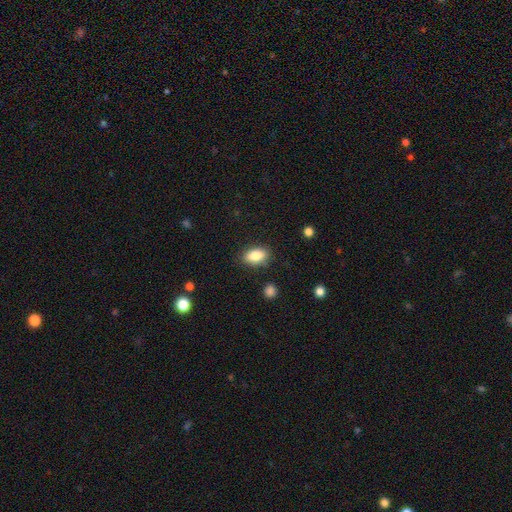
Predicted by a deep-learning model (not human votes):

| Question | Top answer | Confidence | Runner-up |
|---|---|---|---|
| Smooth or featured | smooth | 84% | featured or disk (8%) |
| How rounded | in between | 89% | round (7%) |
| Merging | none | 84% | minor disturbance (11%) |